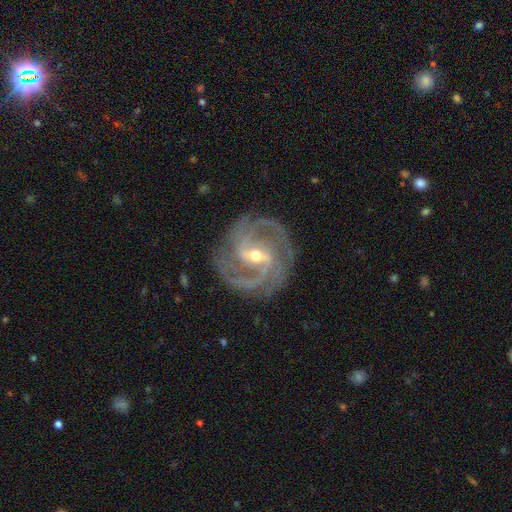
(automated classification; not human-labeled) This is clearly a featured or disk galaxy (93%). It is clearly not viewed edge-on (97%). Bar: possibly strong (47%). Spiral arm pattern: clearly yes (98%). Spiral arm count: possibly 2 (53%). Spiral winding: possibly medium (50%). Central bulge: possibly moderate (49%). Merging: clearly none (81%).